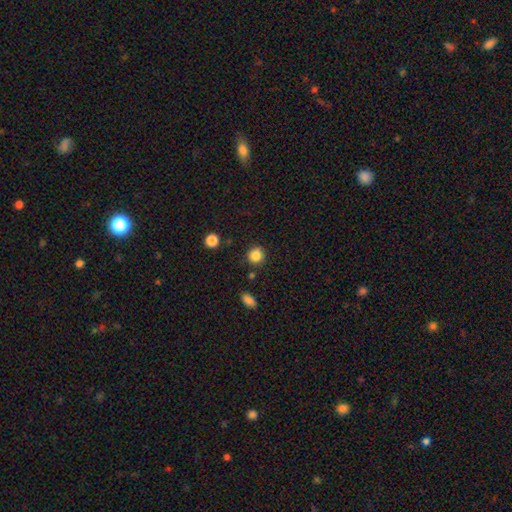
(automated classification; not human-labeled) The model was most divided on "smooth or featured": smooth: 85%, star or artifact: 10%, featured or disk: 4%. More confident: how rounded — round (89%); merging — none (85%).